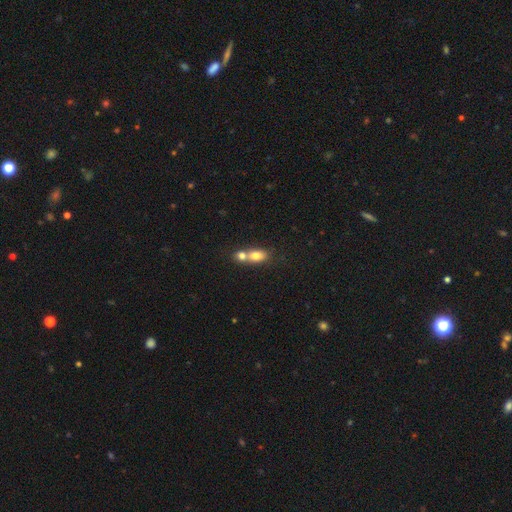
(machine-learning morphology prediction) type=smooth (75%); roundness=in between (69%); merging=merger (66%).